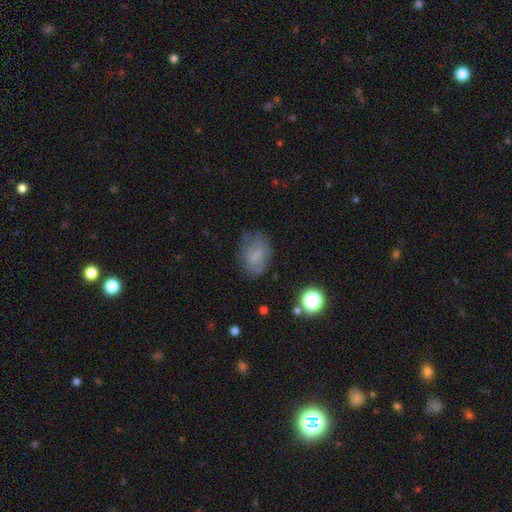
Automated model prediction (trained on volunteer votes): Q: Smooth or featured?
A: smooth (63%); runner-up: featured or disk (24%)
Q: How rounded?
A: in between (78%); runner-up: round (20%)
Q: Merging?
A: none (62%); runner-up: minor disturbance (24%)